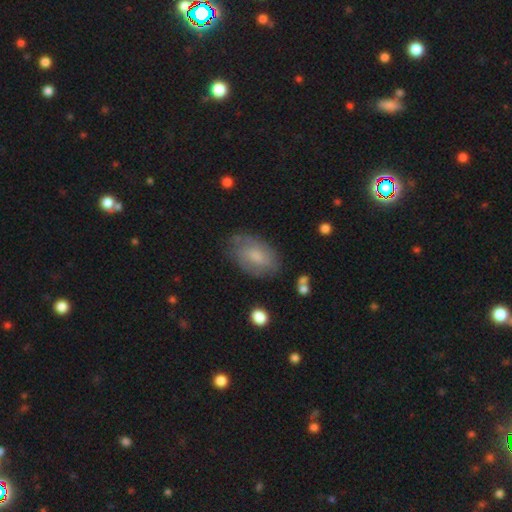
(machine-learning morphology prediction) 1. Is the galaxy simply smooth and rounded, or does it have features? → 56% smooth, 37% featured or disk, 8% star or artifact.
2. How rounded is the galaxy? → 90% in between, 8% round, 2% cigar-shaped.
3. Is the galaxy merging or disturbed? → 68% none, 22% minor disturbance, 8% major disturbance, 2% merger.